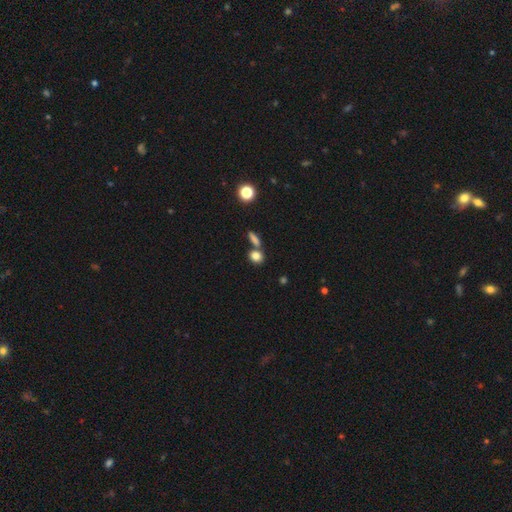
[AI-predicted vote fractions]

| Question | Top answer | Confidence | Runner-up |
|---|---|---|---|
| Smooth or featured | smooth | 82% | star or artifact (11%) |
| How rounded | round | 63% | in between (33%) |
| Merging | none | 59% | merger (28%) |